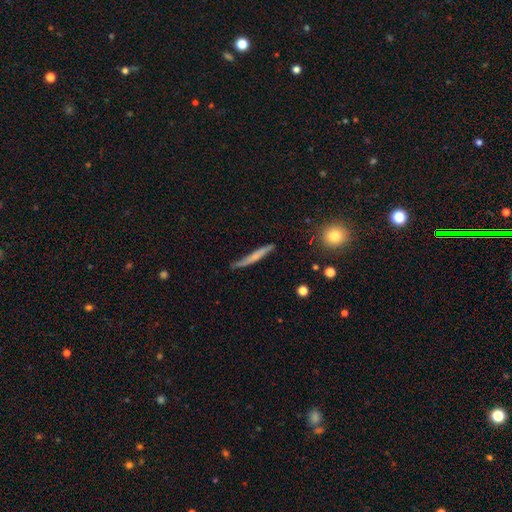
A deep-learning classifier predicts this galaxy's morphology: smooth-or-featured: smooth: 53% | featured or disk: 41% | star or artifact: 6%
  how-rounded: cigar-shaped: 95% | in between: 3% | round: 2%
  merging: none: 73% | minor disturbance: 20% | major disturbance: 5% | merger: 3%